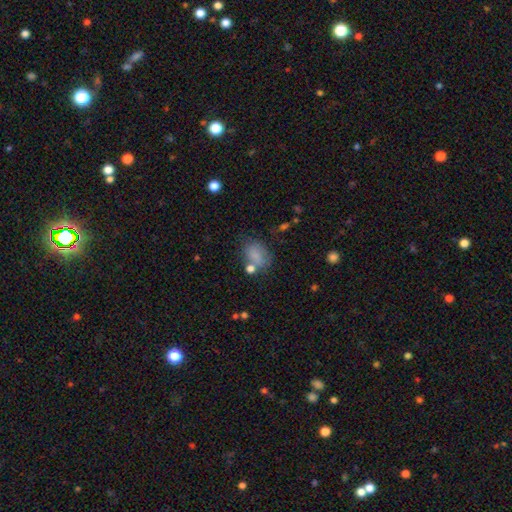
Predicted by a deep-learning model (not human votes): A smooth galaxy with no disk features (76%) that is in between round and cigar-shaped (66%).

Vote fractions:
- Smooth or featured? smooth: 76% / star or artifact: 12% / featured or disk: 12%
- How rounded? in between: 66% / round: 32% / cigar-shaped: 1%
- Merging? none: 52% / minor disturbance: 21% / merger: 15% / major disturbance: 11%